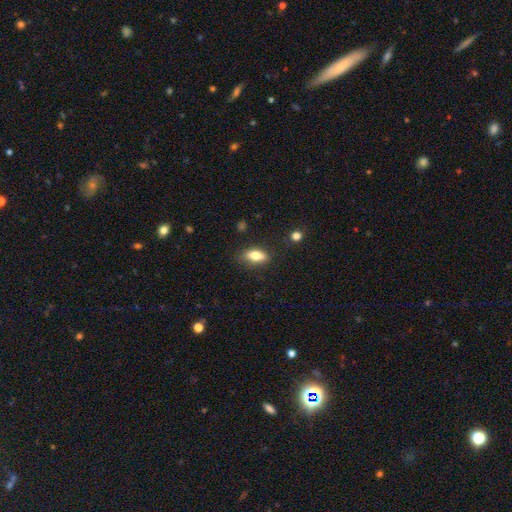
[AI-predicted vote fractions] This appears to be a smooth galaxy with no disk features (75%) that is in between round and cigar-shaped (80%). Merging: none (79%).